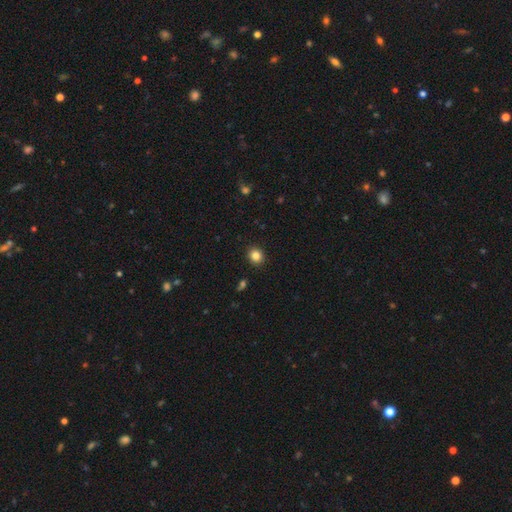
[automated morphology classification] A smooth galaxy with no disk features (84%) that is round (80%). Merging: none (91%).